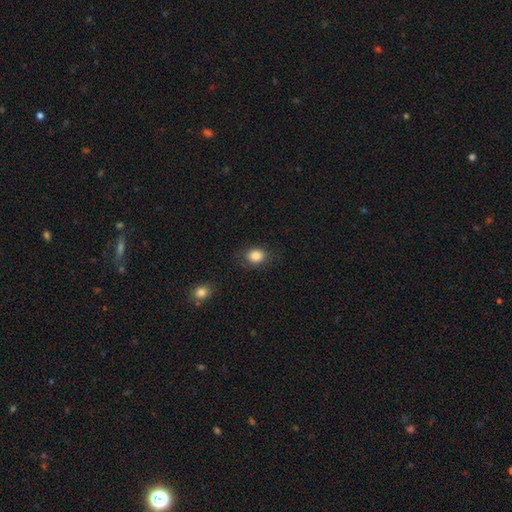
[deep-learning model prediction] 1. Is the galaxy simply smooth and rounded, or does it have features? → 86% smooth, 10% star or artifact, 5% featured or disk.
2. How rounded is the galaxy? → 56% round, 43% in between, 1% cigar-shaped.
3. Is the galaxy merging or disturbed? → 79% none, 15% minor disturbance, 5% major disturbance, 2% merger.